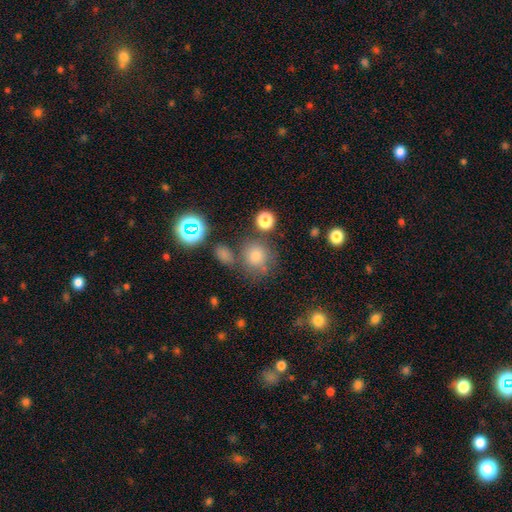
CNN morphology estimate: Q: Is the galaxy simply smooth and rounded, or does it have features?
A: smooth — 72%.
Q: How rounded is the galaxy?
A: round — 85%.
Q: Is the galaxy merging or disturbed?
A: none — 65%.